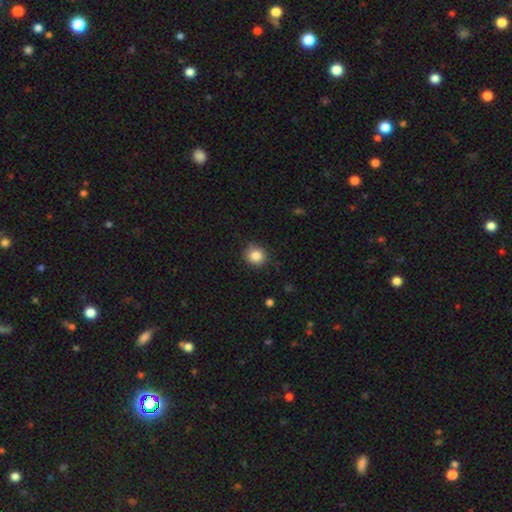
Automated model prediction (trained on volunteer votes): smooth-or-featured: smooth: 85% | star or artifact: 10% | featured or disk: 5%
  how-rounded: round: 88% | in between: 11% | cigar-shaped: 1%
  merging: none: 82% | minor disturbance: 14% | major disturbance: 3% | merger: 1%